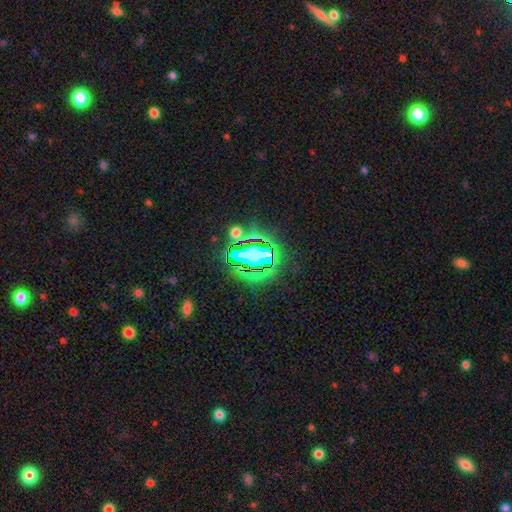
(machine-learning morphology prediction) Overall: star or artifact (64%).